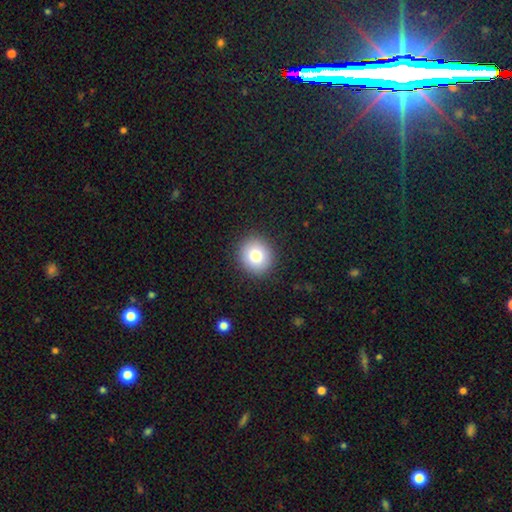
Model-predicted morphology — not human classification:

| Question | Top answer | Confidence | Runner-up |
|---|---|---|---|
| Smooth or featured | smooth | 81% | star or artifact (10%) |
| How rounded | round | 87% | in between (12%) |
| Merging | none | 91% | minor disturbance (6%) |